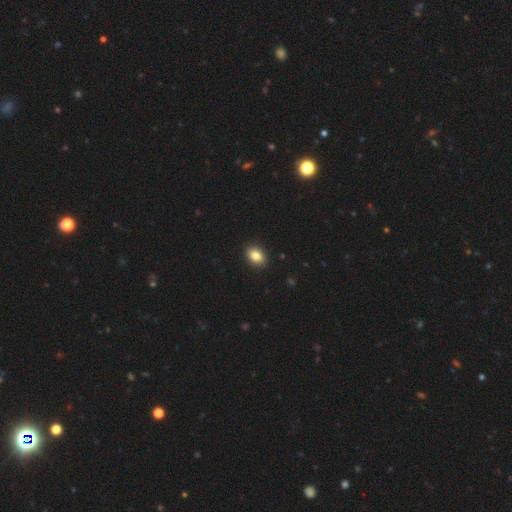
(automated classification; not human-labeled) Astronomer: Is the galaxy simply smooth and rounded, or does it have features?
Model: smooth — 85%.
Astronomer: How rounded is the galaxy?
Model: in between — 77%.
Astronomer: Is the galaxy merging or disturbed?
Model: none — 91%.